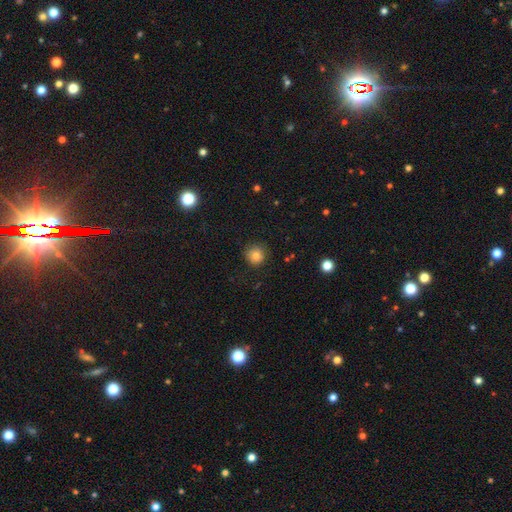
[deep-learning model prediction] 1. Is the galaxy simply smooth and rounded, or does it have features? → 81% smooth, 12% star or artifact, 8% featured or disk.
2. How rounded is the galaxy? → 92% round, 7% in between, 1% cigar-shaped.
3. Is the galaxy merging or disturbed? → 83% none, 13% minor disturbance, 3% major disturbance, 1% merger.